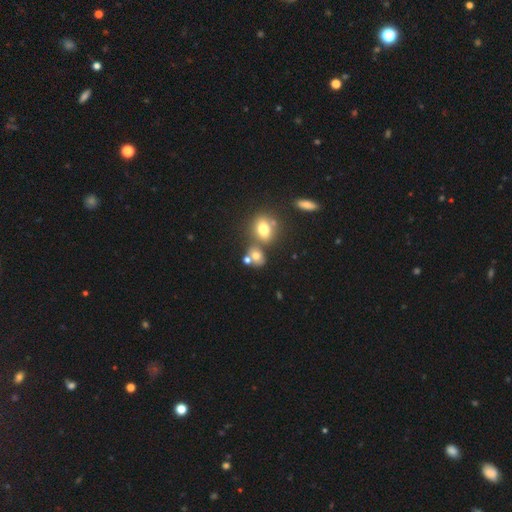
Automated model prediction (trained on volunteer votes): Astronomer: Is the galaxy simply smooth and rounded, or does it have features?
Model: smooth — 70%.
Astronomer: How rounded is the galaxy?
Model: round — 54% (runner-up: in between, 44%).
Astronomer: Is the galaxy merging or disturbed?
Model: none — 47% (runner-up: merger, 36%).